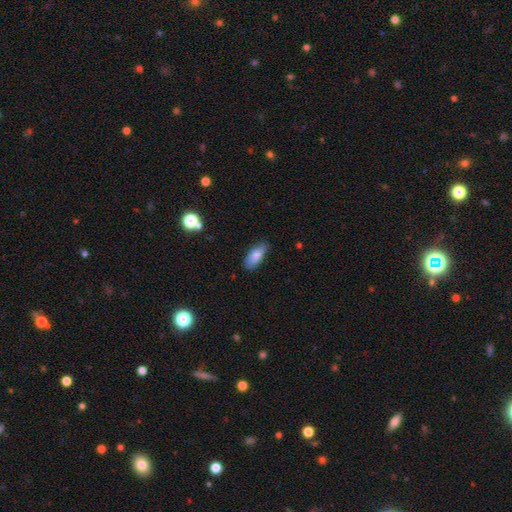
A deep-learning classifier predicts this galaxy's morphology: The model was most divided on "merging": none: 73%, minor disturbance: 22%, major disturbance: 4%, merger: 1%. More confident: how rounded — in between (85%); smooth or featured — smooth (82%).